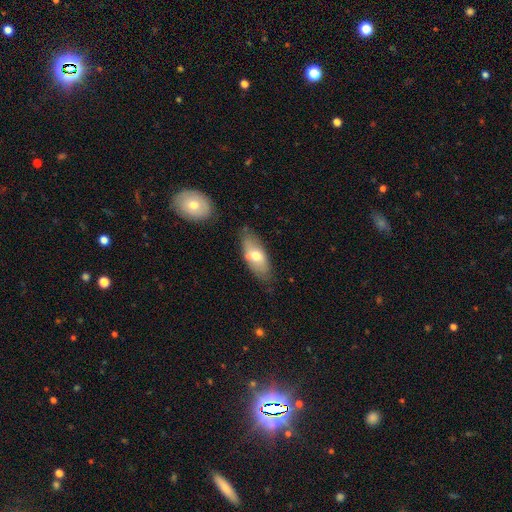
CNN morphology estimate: Smooth or featured: smooth — 65% (featured or disk — 29%)
How rounded: in between — 83% (cigar-shaped — 14%)
Merging: none — 69% (minor disturbance — 18%)